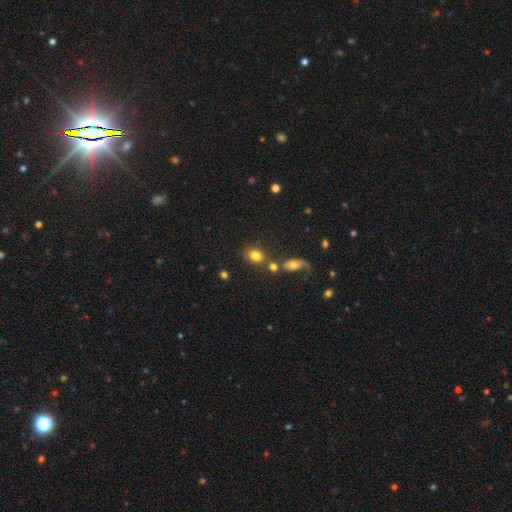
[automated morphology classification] Smooth or featured?
  - smooth: 78% *
  - featured or disk: 11%
  - star or artifact: 11%
How rounded?
  - in between: 61% *
  - round: 37%
  - cigar-shaped: 2%
Merging?
  - none: 62% *
  - merger: 20%
  - minor disturbance: 12%
  - major disturbance: 6%